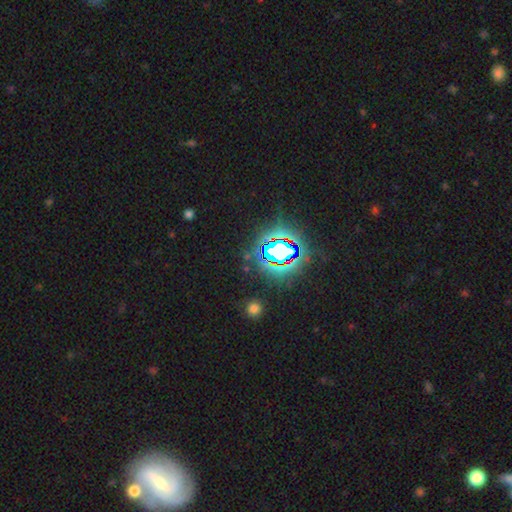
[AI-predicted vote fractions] Smooth or featured: star or artifact — 79% (smooth — 12%)